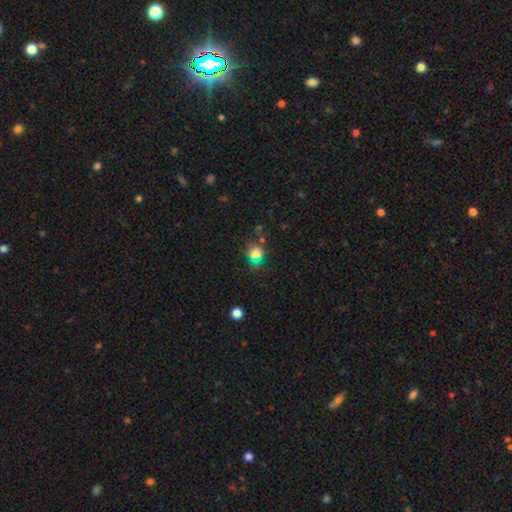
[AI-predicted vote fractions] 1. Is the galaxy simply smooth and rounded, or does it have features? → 71% smooth, 21% star or artifact, 8% featured or disk.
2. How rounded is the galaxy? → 72% round, 27% in between, 2% cigar-shaped.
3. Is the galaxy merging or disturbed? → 70% none, 16% minor disturbance, 7% merger, 7% major disturbance.